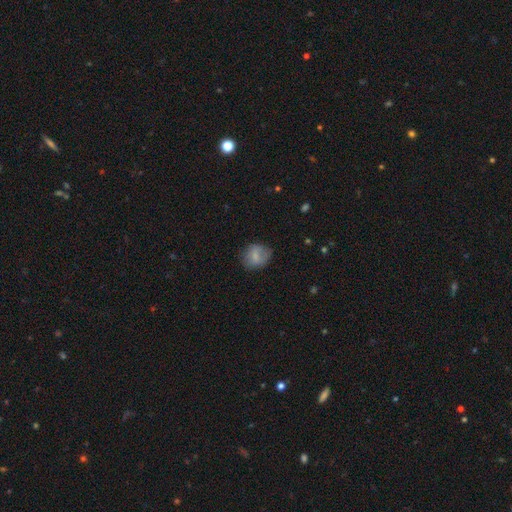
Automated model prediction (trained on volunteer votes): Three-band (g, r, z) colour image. It shows a smooth galaxy with no disk features (70%) that is round (63%). Merging: none (67%).